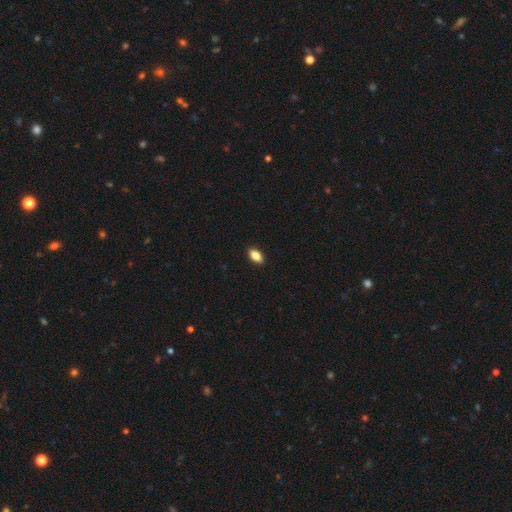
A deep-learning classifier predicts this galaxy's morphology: This is clearly a smooth galaxy (86%). How rounded: clearly in between (90%). Merging: clearly none (90%).